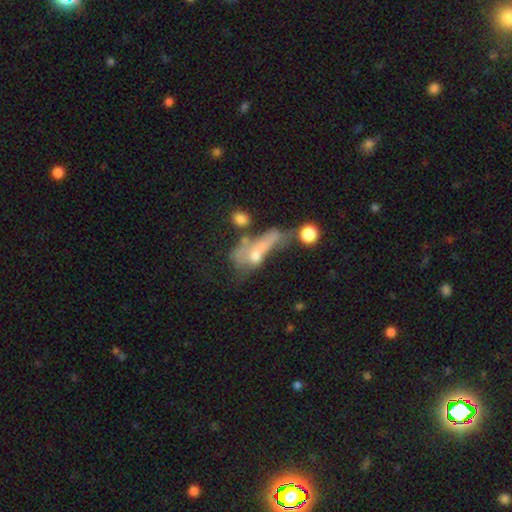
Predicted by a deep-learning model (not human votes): Q: Smooth or featured?
A: featured or disk (45%); runner-up: smooth (39%)
Q: Merging?
A: major disturbance (36%); runner-up: merger (29%)